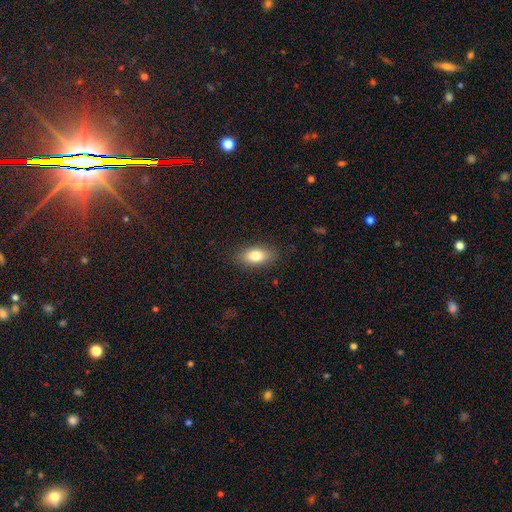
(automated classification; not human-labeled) This appears to be a smooth galaxy with no disk features (81%) that is in between round and cigar-shaped (88%). Merging: none (87%).